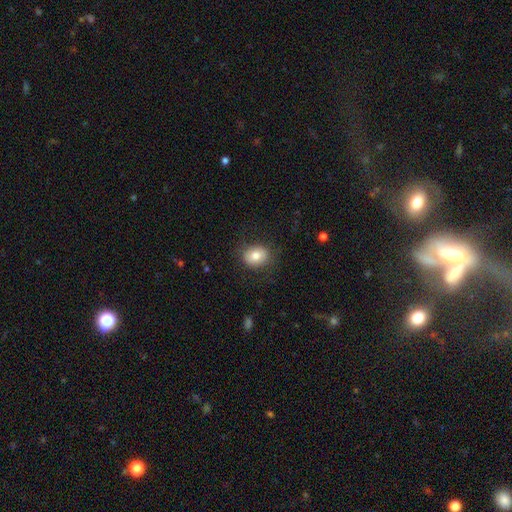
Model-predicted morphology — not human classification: type=smooth (79%); roundness=round (52%); merging=none (82%).